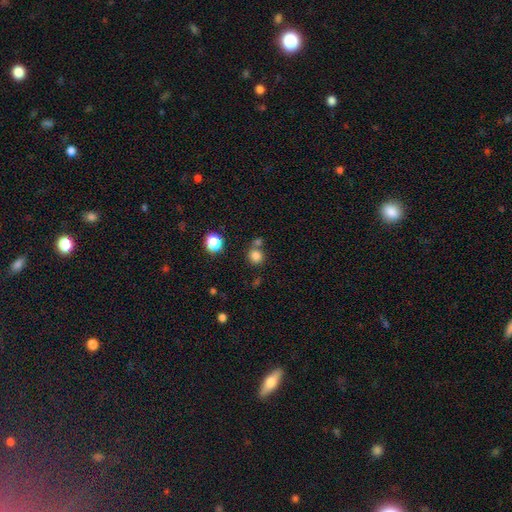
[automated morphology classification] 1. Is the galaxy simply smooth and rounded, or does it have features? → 79% smooth, 15% star or artifact, 6% featured or disk.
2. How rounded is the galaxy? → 89% round, 10% in between, 1% cigar-shaped.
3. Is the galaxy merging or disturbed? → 66% none, 22% merger, 8% minor disturbance, 3% major disturbance.